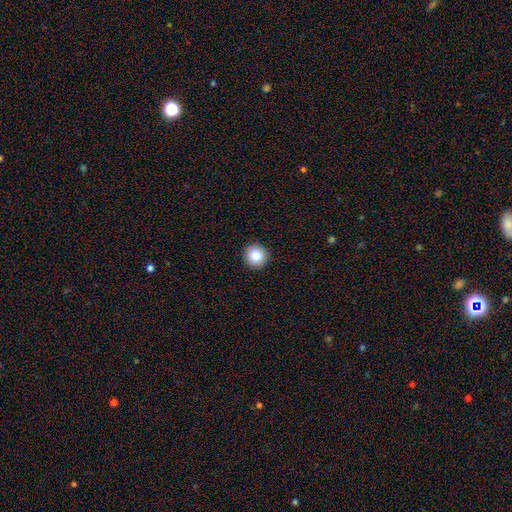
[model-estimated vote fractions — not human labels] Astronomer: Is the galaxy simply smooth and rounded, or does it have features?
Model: smooth — 84%.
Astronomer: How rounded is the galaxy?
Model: round — 95%.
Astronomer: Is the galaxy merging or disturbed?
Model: none — 93%.